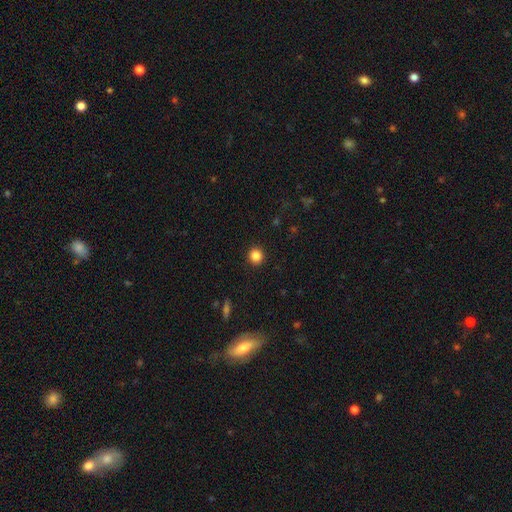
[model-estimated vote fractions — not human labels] This appears to be a smooth galaxy with no disk features (85%) that is round (92%). Merging: none (92%).